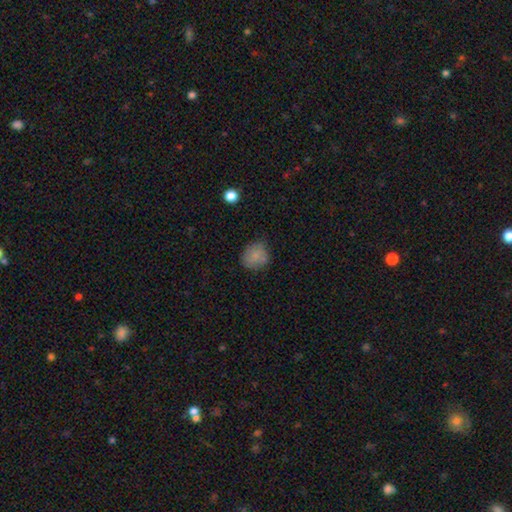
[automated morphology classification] smooth 82%, star or artifact 10%, featured or disk 8%. Down the decision tree: how rounded — round (74%); merging — none (71%).